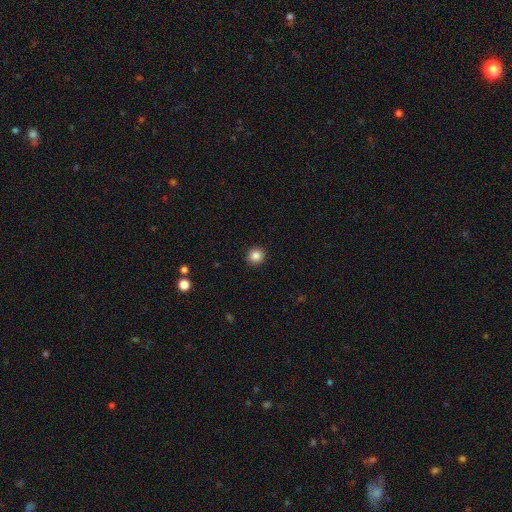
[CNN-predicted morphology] This appears to be a smooth galaxy with no disk features (86%) that is round (93%). Merging: none (92%).